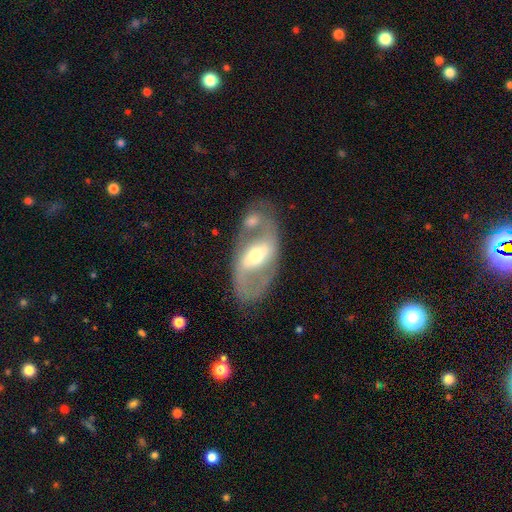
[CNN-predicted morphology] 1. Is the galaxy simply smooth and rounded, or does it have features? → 79% featured or disk, 15% smooth, 6% star or artifact.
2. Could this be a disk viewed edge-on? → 93% no, 7% yes.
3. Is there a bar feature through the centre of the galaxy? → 51% strong, 33% weak, 16% no.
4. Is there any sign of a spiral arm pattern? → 75% yes, 25% no.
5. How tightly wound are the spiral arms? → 46% medium, 35% loose, 19% tight.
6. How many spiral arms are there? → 85% 2, 8% can't tell, 4% 1, 1% 3, 1% 4, 1% more than 4.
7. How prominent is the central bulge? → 59% moderate, 30% small, 9% large, 1% dominant, 1% none.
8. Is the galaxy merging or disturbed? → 60% none, 16% merger, 15% minor disturbance, 9% major disturbance.